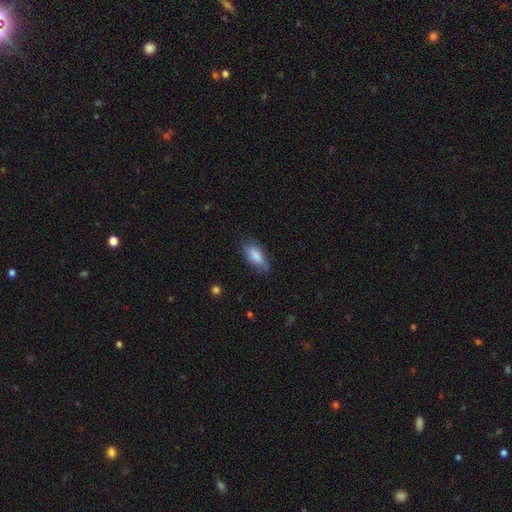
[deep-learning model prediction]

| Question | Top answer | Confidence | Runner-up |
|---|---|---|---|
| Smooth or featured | smooth | 83% | featured or disk (11%) |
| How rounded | in between | 83% | cigar-shaped (14%) |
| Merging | none | 72% | minor disturbance (21%) |